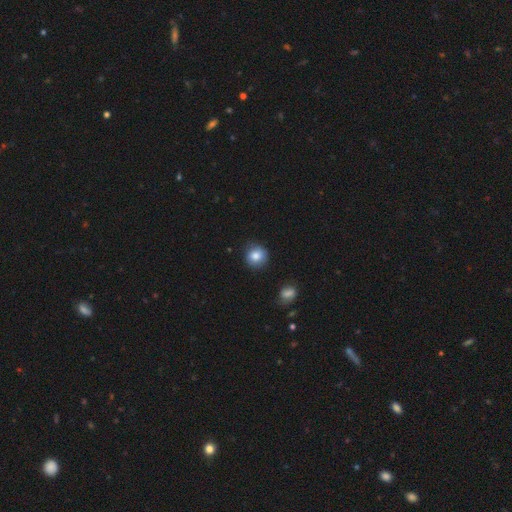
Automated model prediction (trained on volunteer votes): smooth-or-featured: smooth: 83% | star or artifact: 9% | featured or disk: 8%
  how-rounded: round: 89% | in between: 10% | cigar-shaped: 1%
  merging: none: 83% | minor disturbance: 13% | major disturbance: 3% | merger: 2%